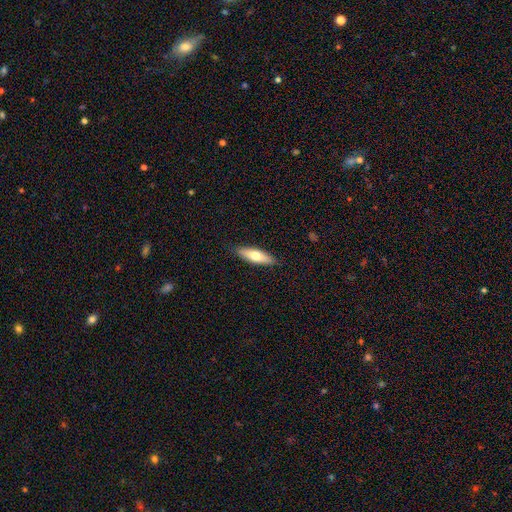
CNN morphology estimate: A smooth galaxy with no disk features (66%) that is cigar-shaped (50%). Merging: none (89%).